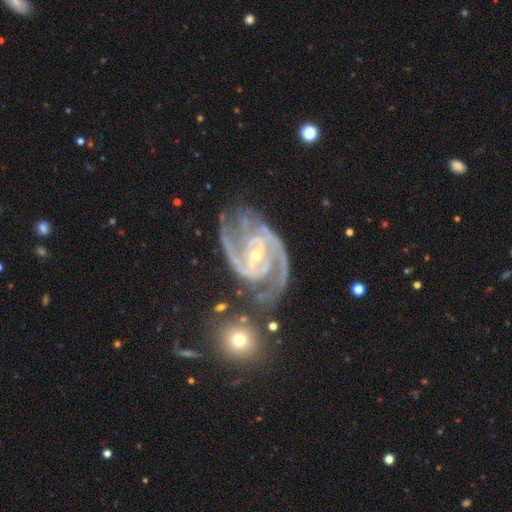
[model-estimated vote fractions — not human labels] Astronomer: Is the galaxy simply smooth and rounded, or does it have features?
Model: featured or disk — 93%.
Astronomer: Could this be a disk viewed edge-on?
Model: no — 97%.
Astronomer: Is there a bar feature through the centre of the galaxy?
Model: strong — 47% (runner-up: weak, 38%).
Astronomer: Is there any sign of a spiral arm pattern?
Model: yes — 98%.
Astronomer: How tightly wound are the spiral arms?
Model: medium — 51% (runner-up: tight, 38%).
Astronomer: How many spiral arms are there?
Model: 2 — 64%.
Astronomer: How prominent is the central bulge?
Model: small — 68%.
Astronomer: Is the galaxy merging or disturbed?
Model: none — 60%.